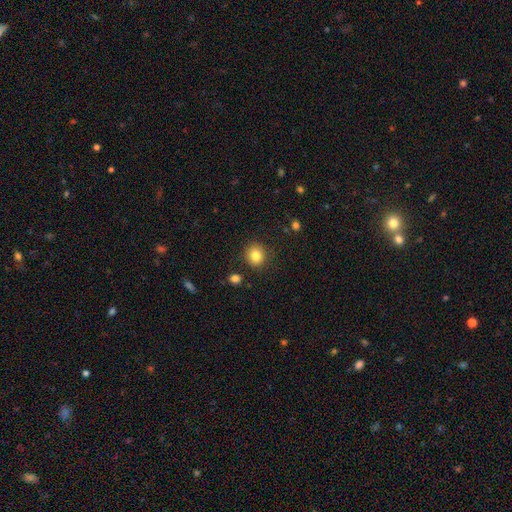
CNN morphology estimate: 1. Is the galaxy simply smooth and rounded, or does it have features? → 83% smooth, 10% star or artifact, 7% featured or disk.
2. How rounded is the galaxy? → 81% round, 18% in between, 1% cigar-shaped.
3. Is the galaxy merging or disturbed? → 88% none, 8% minor disturbance, 2% major disturbance, 2% merger.